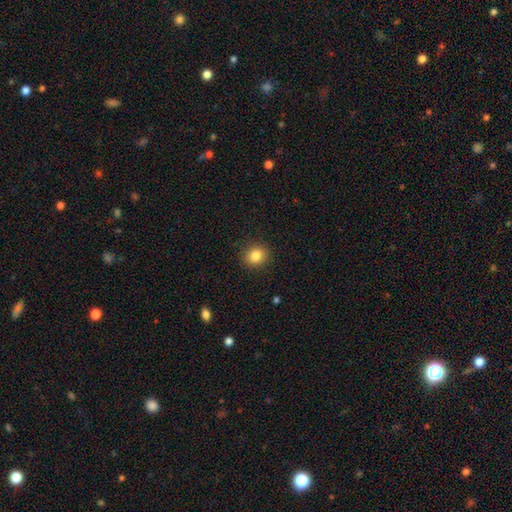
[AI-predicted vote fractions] A smooth galaxy with no disk features (83%) that is round (81%).

Vote fractions:
- Smooth or featured? smooth: 83% / star or artifact: 11% / featured or disk: 6%
- How rounded? round: 81% / in between: 18% / cigar-shaped: 1%
- Merging? none: 90% / minor disturbance: 7% / major disturbance: 2% / merger: 1%